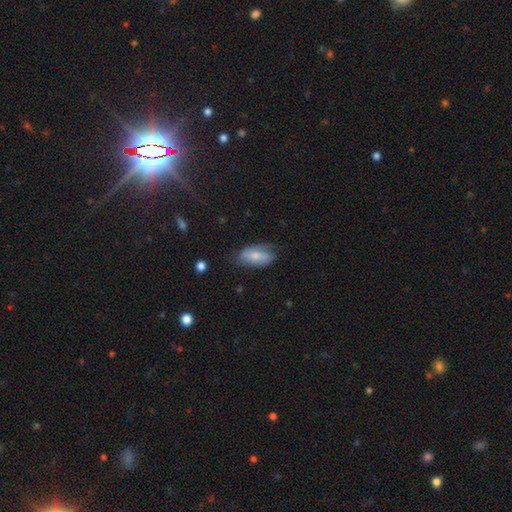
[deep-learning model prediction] This appears to be a smooth galaxy with no disk features (60%) that is in between round and cigar-shaped (92%). Merging: none (59%).